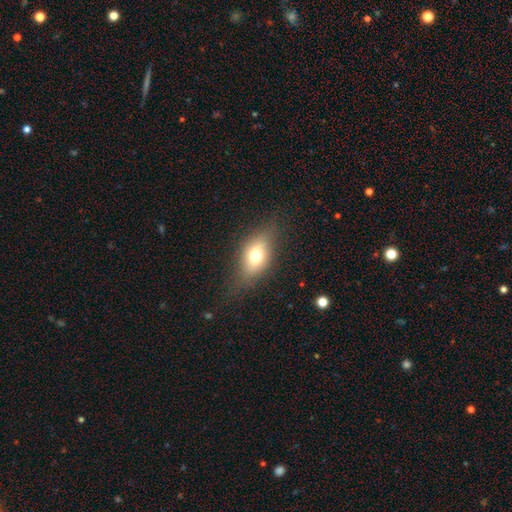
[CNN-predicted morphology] A smooth galaxy with no disk features (64%) that is in between round and cigar-shaped (77%). Merging: none (76%).